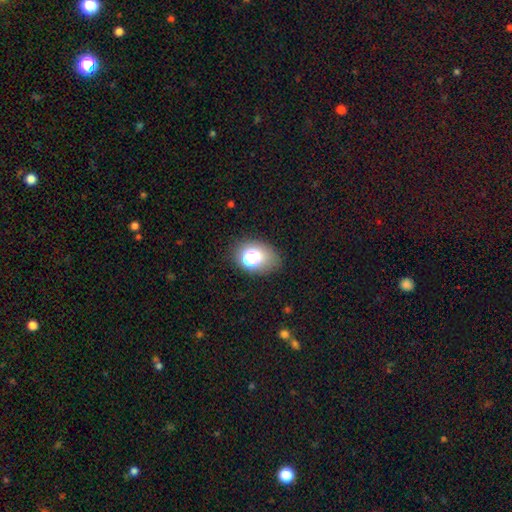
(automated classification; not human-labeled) Q: Smooth or featured?
A: smooth (64%); runner-up: star or artifact (21%)
Q: How rounded?
A: in between (51%); runner-up: round (47%)
Q: Merging?
A: none (67%); runner-up: minor disturbance (18%)